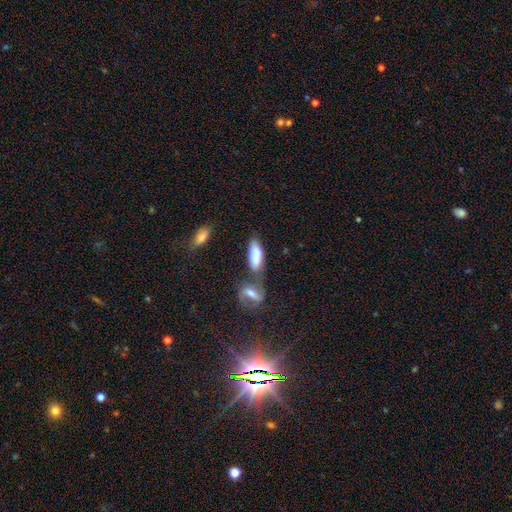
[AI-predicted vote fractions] The model was most divided on "merging": merger: 45%, none: 33%, minor disturbance: 15%, major disturbance: 7%. More confident: smooth or featured — smooth (69%); how rounded — in between (66%).